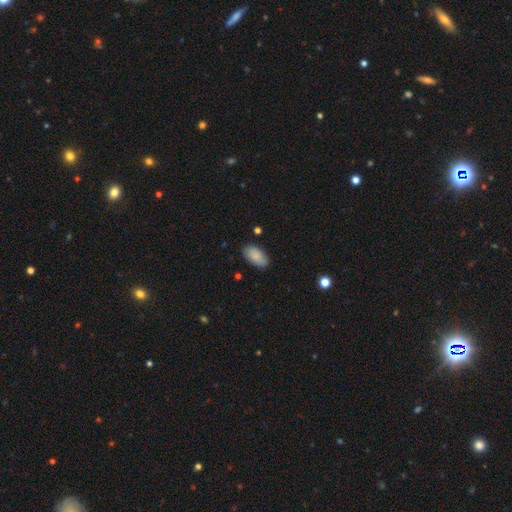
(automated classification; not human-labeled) Smooth or featured? smooth (87%)
How rounded? in between (94%)
Merging? none (84%)